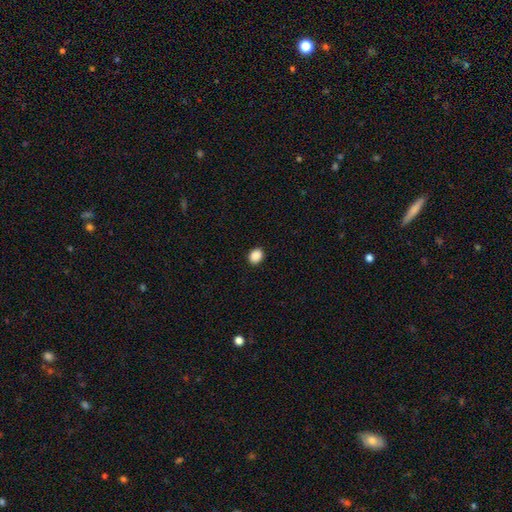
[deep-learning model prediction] Smooth or featured? smooth (89%)
How rounded? in between (52%)
Merging? none (91%)